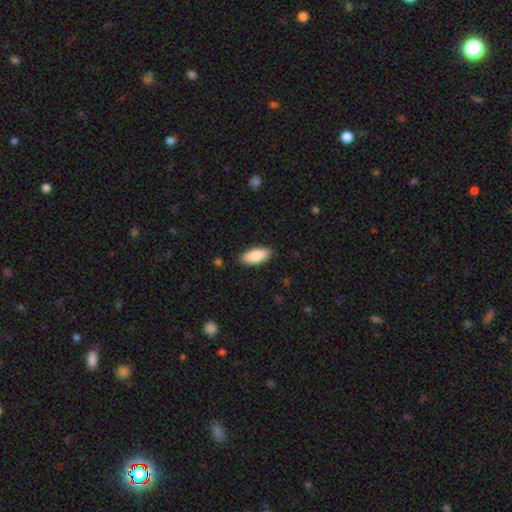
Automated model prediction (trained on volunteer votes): Smooth or featured? Predicted: smooth (p=0.87). How rounded? Predicted: in between (p=0.86). Merging? Predicted: none (p=0.88).